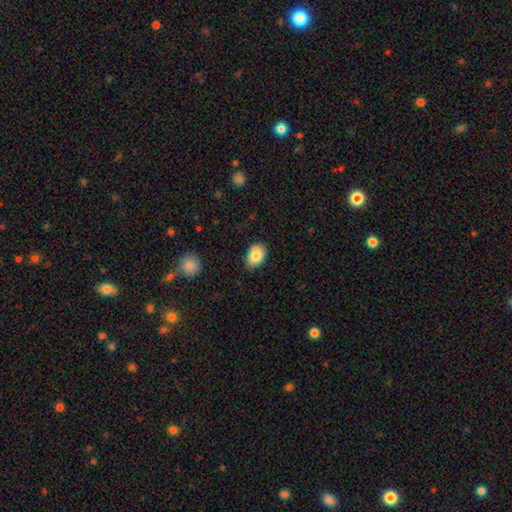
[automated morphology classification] Smooth or featured: smooth — 83% (featured or disk — 10%)
How rounded: in between — 78% (round — 21%)
Merging: none — 75% (minor disturbance — 20%)